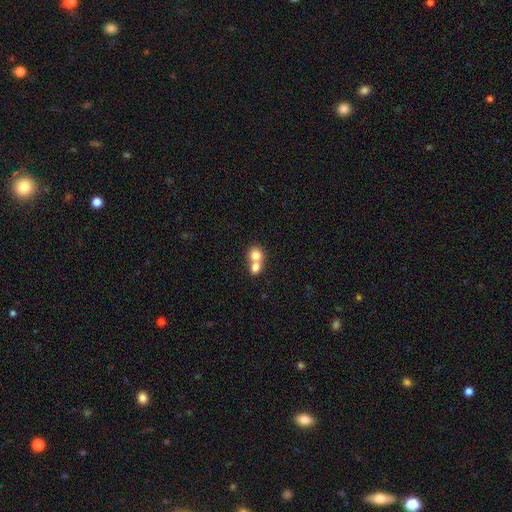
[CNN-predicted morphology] This is likely a smooth galaxy (77%). How rounded: likely round (77%). Merging: likely merger (68%).